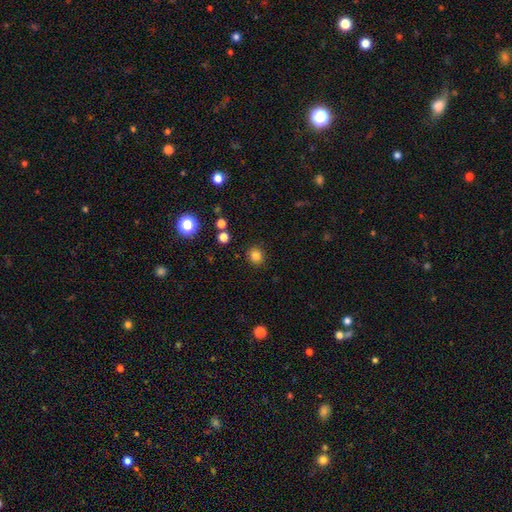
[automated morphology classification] type=smooth (83%); roundness=round (87%); merging=none (89%).